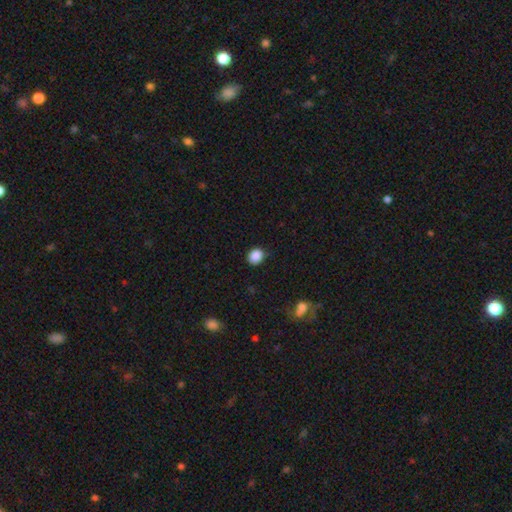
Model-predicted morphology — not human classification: smooth 87%, star or artifact 9%, featured or disk 3%. Down the decision tree: how rounded — round (71%); merging — none (79%).